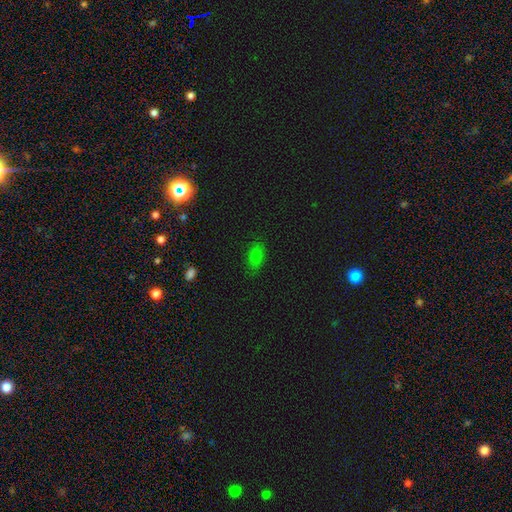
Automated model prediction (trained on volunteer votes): Smooth or featured: smooth — 75% (star or artifact — 15%)
How rounded: in between — 85% (round — 11%)
Merging: none — 78% (minor disturbance — 17%)